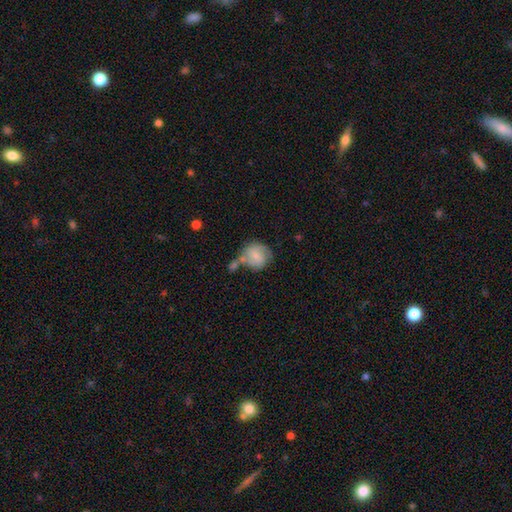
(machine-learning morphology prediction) Smooth or featured? featured or disk (54%)
Edge-on disk? no (98%)
Bar? no (58%)
Spiral arms? yes (87%)
Bulge size? small (62%)
Merging? none (45%)